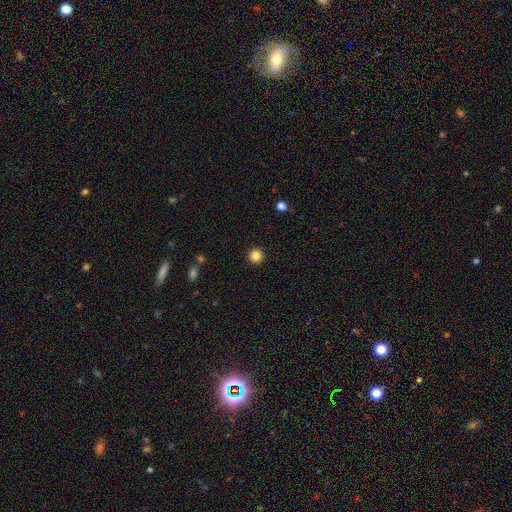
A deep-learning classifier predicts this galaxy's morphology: Smooth or featured? smooth (85%)
How rounded? round (95%)
Merging? none (93%)